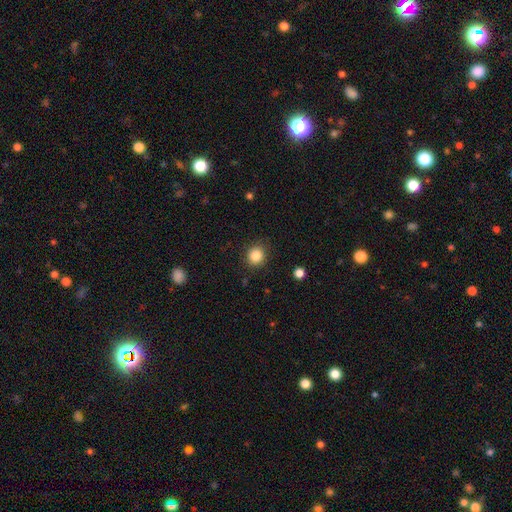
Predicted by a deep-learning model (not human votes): Smooth or featured? smooth (85%)
How rounded? round (87%)
Merging? none (88%)